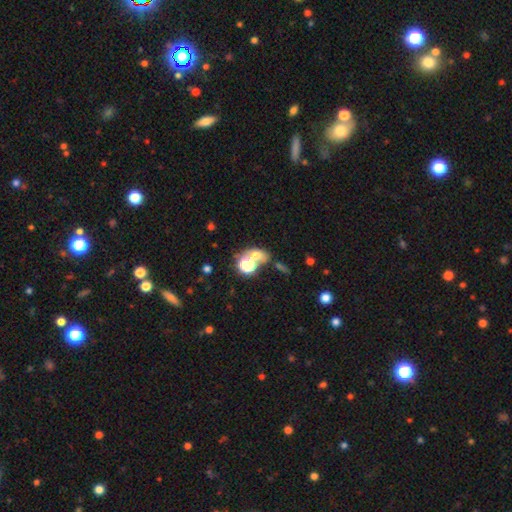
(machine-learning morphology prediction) A smooth galaxy with no disk features (59%) that is round (53%).

Vote fractions:
- Smooth or featured? smooth: 59% / star or artifact: 25% / featured or disk: 16%
- How rounded? round: 53% / in between: 45% / cigar-shaped: 3%
- Merging? merger: 42% (tied) / none: 42% (tied) / minor disturbance: 9% / major disturbance: 7%